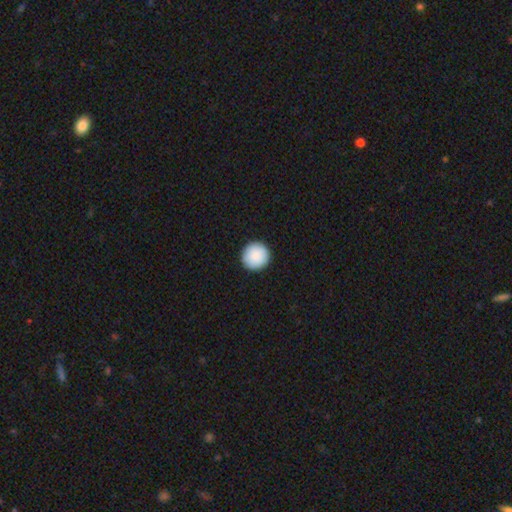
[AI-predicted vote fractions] Overall: smooth (89%). How rounded: round (96%). Merging: none (93%).